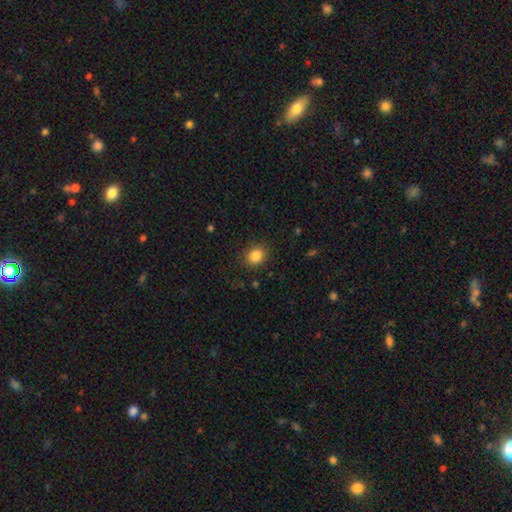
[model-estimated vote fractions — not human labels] smooth 85%, star or artifact 10%, featured or disk 5%. Down the decision tree: how rounded — round (63%); merging — none (86%).